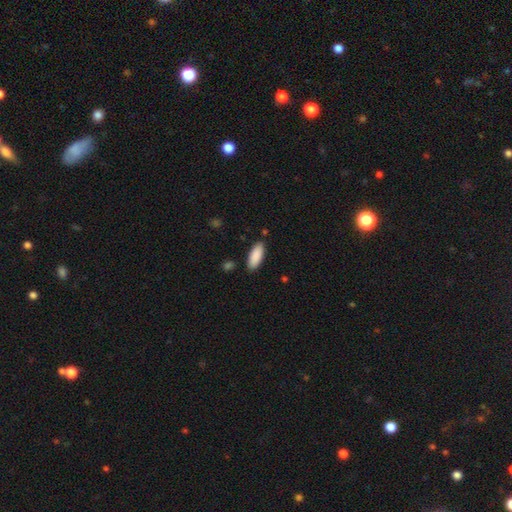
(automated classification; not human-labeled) Smooth or featured: smooth — 90% (star or artifact — 6%)
How rounded: in between — 78% (cigar-shaped — 20%)
Merging: none — 87% (minor disturbance — 9%)